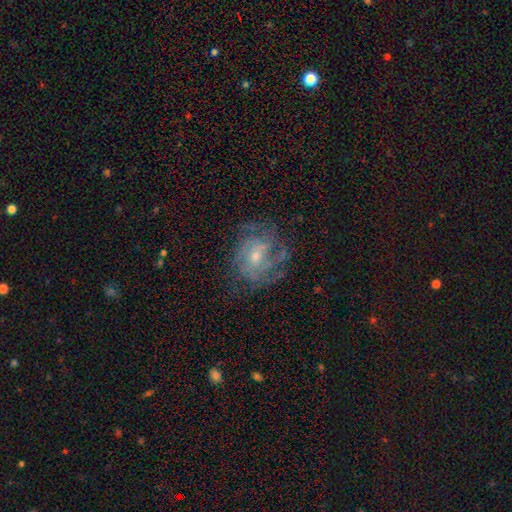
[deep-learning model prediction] Smooth or featured? Predicted: featured or disk (p=0.76). Edge-on disk? Predicted: no (p=0.97). Bar? Predicted: no (p=0.65). Spiral arms? Predicted: yes (p=0.88). Spiral winding? Predicted: tight (p=0.52). Spiral arm count? Predicted: can't tell (p=0.41). Bulge size? Predicted: small (p=0.55). Merging? Predicted: none (p=0.67).